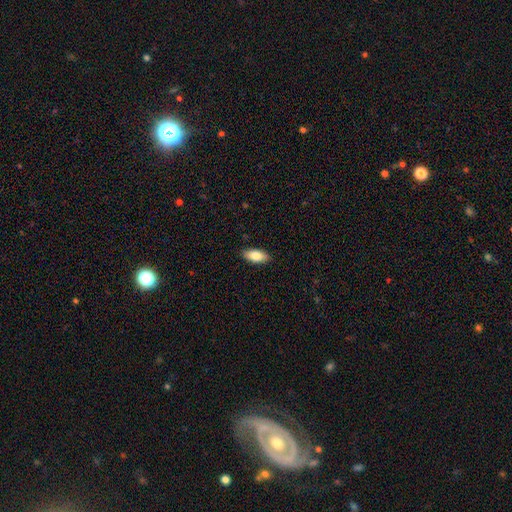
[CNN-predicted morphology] type=smooth (83%); roundness=in between (89%); merging=none (89%).